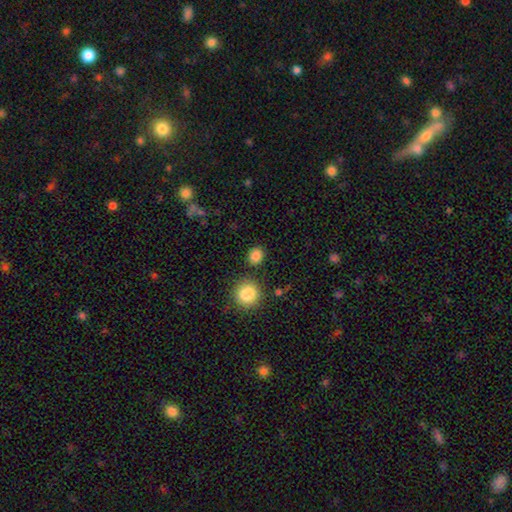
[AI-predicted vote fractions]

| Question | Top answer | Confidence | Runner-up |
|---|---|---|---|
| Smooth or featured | smooth | 85% | star or artifact (11%) |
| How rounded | round | 69% | in between (30%) |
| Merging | none | 82% | minor disturbance (9%) |